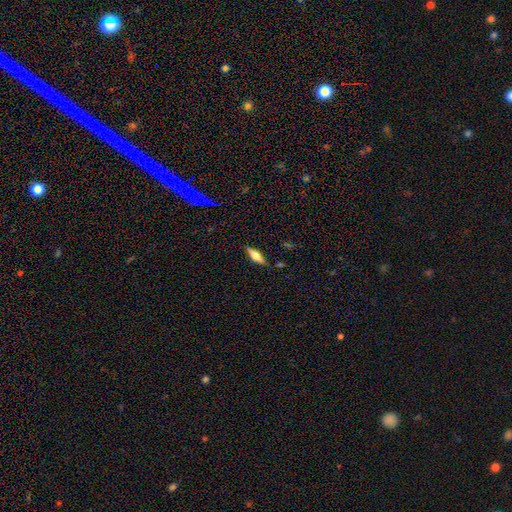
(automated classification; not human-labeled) Smooth or featured? featured or disk (51%)
Edge-on disk? yes (92%)
Merging? none (87%)